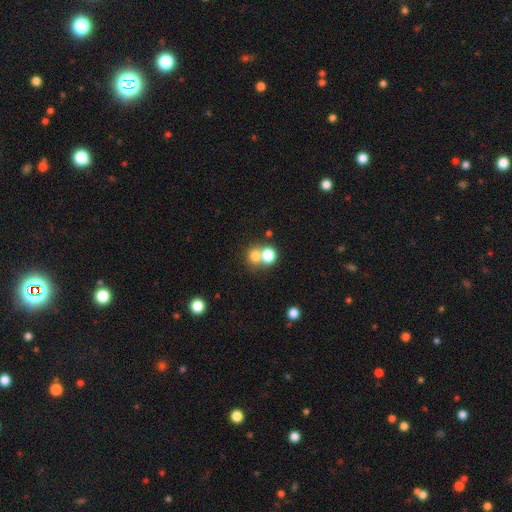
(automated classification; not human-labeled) A smooth galaxy with no disk features (74%) that is round (81%). Merging: none (45%, tied with merger).